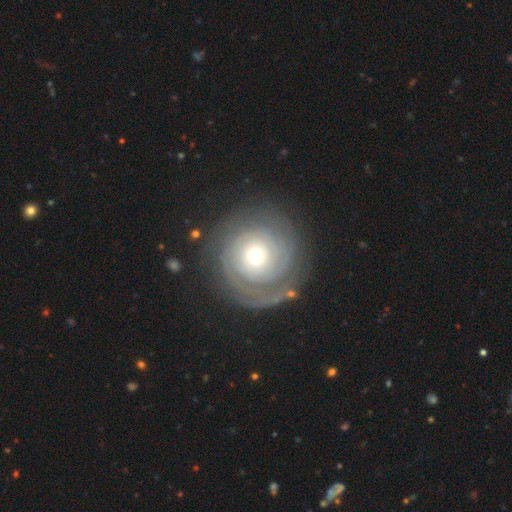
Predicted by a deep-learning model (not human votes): A featured or disk galaxy (73%) with no bar (84%), tight (80%) spiral arms (86%) and a small central bulge (51%). Merging: none (77%).